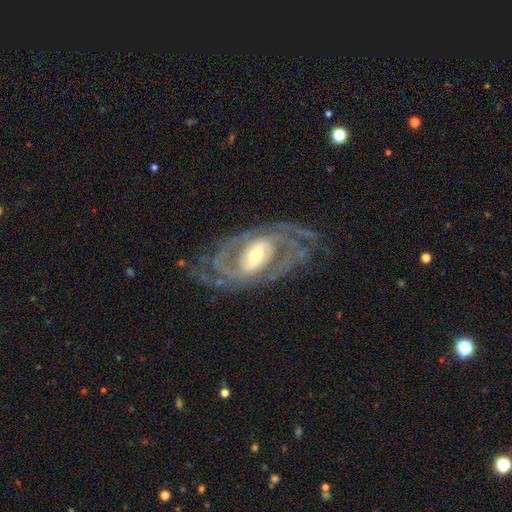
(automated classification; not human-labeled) smooth-or-featured: featured or disk: 90% | star or artifact: 5% | smooth: 5%
  disk-edge-on: no: 96% | yes: 4%
    bar: weak: 41% | strong: 37% | no: 22%
    has-spiral-arms: yes: 97% | no: 3%
      spiral-winding: tight: 47% | medium: 43% | loose: 11%
      spiral-arm-count: 2: 51% | 3: 17% | can't tell: 15% | 4: 7% | more than 4: 5% | 1: 5%
    bulge-size: moderate: 54% | small: 37% | large: 7% | none: 1% | dominant: 1%
  merging: none: 69% | minor disturbance: 17% | major disturbance: 12% | merger: 2%